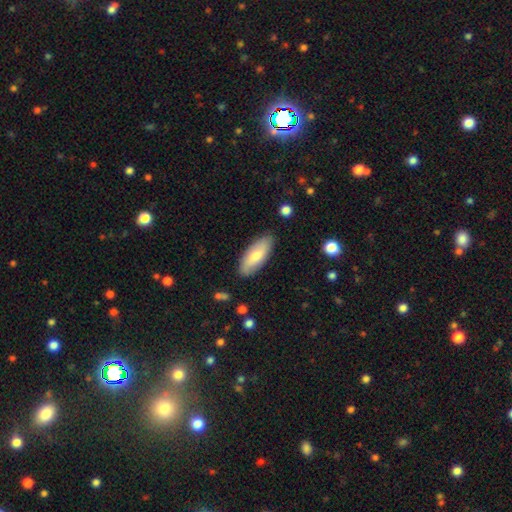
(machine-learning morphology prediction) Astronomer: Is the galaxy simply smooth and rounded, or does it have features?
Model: smooth — 70%.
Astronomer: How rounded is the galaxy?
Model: in between — 78%.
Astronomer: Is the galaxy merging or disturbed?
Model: none — 86%.